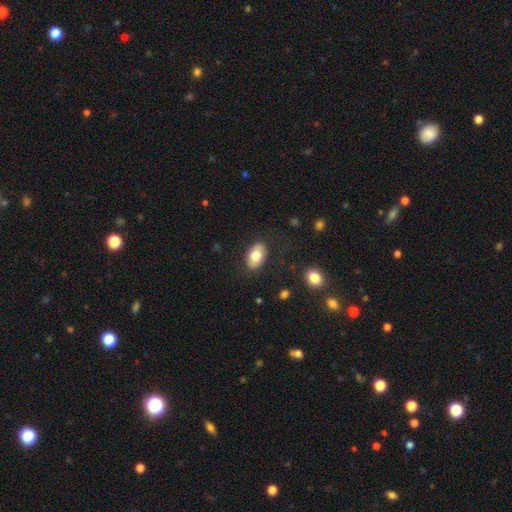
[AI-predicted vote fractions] The model was most divided on "smooth or featured": smooth: 74%, featured or disk: 19%, star or artifact: 7%. More confident: how rounded — in between (91%); merging — none (83%).